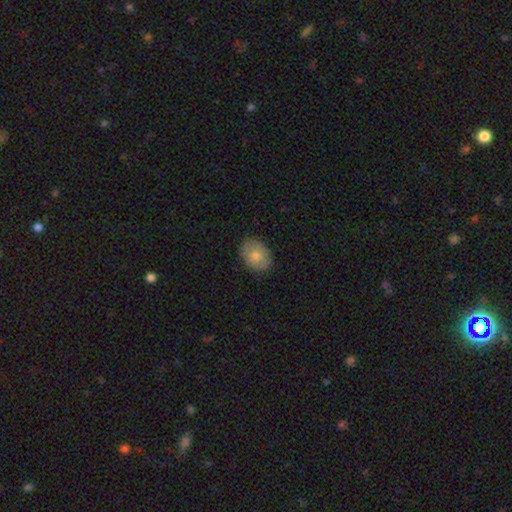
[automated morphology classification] smooth_or_featured: smooth (p=0.76) [alt: featured or disk p=0.16]
how_rounded: in between (p=0.72) [alt: round p=0.27]
merging: none (p=0.86) [alt: minor disturbance p=0.11]